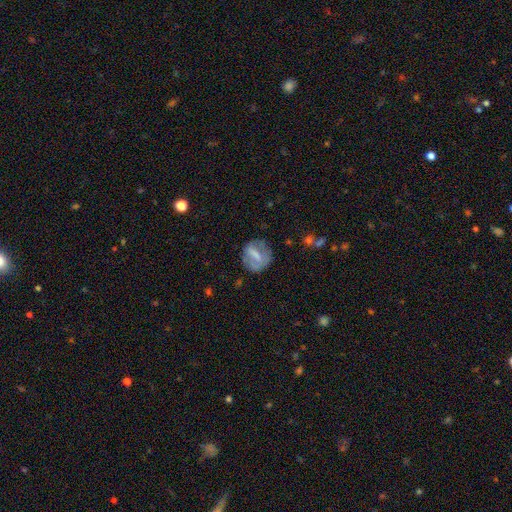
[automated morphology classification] Overall: smooth (48%; featured or disk 43%). Merging: none (66%).